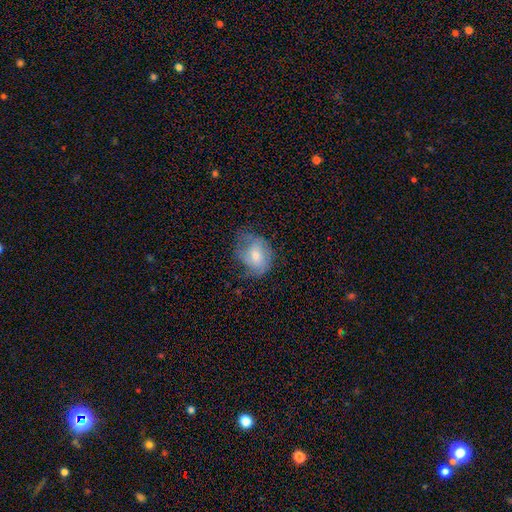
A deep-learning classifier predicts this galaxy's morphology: Smooth or featured? Predicted: smooth (p=0.61). How rounded? Predicted: in between (p=0.55). Merging? Predicted: none (p=0.41).